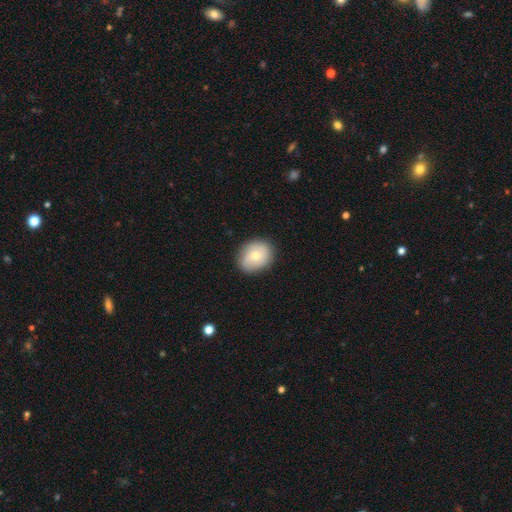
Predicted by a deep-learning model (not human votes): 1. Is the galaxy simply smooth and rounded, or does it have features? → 64% smooth, 29% featured or disk, 8% star or artifact.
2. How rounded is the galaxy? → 54% round, 45% in between, 1% cigar-shaped.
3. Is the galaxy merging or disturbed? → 81% none, 14% minor disturbance, 3% major disturbance, 1% merger.